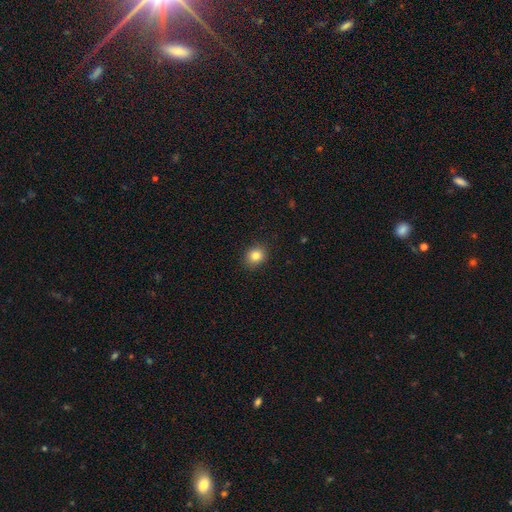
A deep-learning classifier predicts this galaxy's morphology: smooth 83%, star or artifact 11%, featured or disk 6%. Down the decision tree: how rounded — round (67%); merging — none (90%).